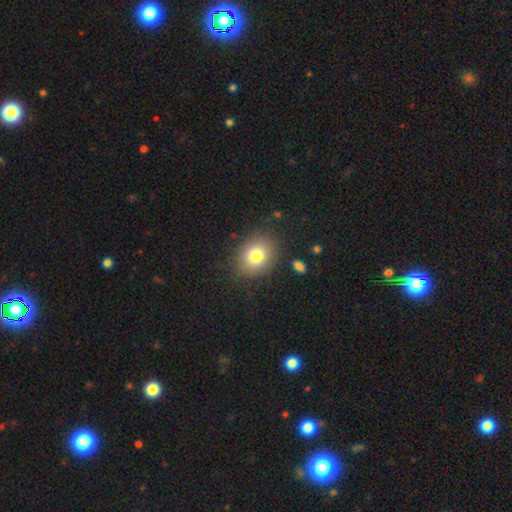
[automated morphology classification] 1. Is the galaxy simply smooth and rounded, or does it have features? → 79% smooth, 11% featured or disk, 10% star or artifact.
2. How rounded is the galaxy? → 53% in between, 46% round, 1% cigar-shaped.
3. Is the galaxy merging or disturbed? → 83% none, 11% minor disturbance, 4% major disturbance, 2% merger.